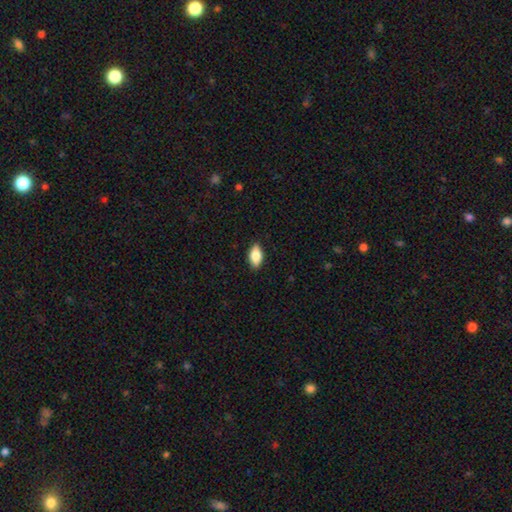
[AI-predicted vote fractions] Overall: smooth (80%). How rounded: in between (89%). Merging: none (87%).